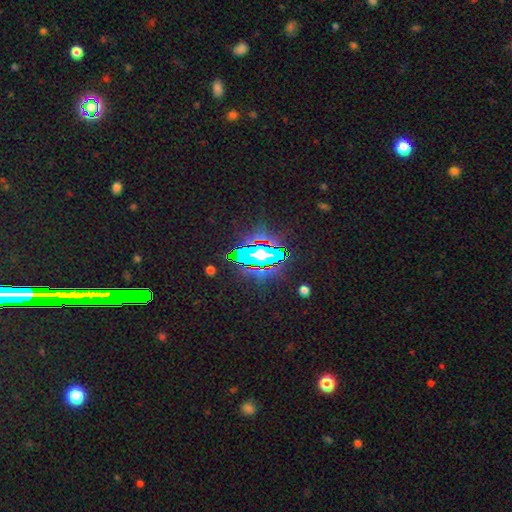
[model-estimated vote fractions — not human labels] smooth_or_featured: star or artifact (p=0.80) [alt: smooth p=0.11]